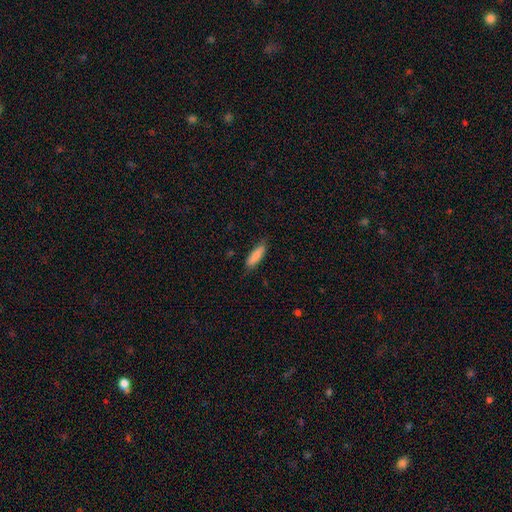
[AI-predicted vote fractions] A smooth galaxy with no disk features (83%) that is cigar-shaped (56%).

Vote fractions:
- Smooth or featured? smooth: 83% / featured or disk: 11% / star or artifact: 6%
- How rounded? cigar-shaped: 56% / in between: 43% / round: 2%
- Merging? none: 79% / minor disturbance: 17% / major disturbance: 3% / merger: 1%